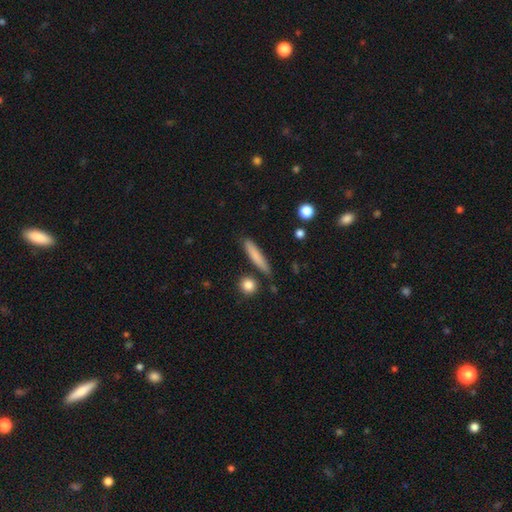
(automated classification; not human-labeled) smooth-or-featured: smooth: 77% | featured or disk: 17% | star or artifact: 7%
  how-rounded: cigar-shaped: 89% | in between: 9% | round: 2%
  merging: none: 81% | minor disturbance: 12% | merger: 4% | major disturbance: 3%